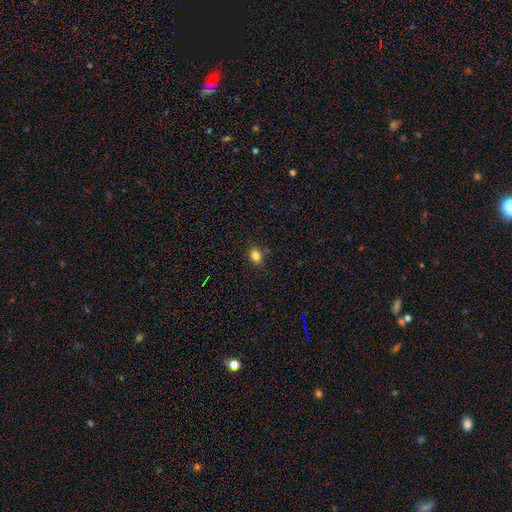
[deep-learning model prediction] This is clearly a smooth galaxy (80%). How rounded: likely in between (61%). Merging: likely none (77%).